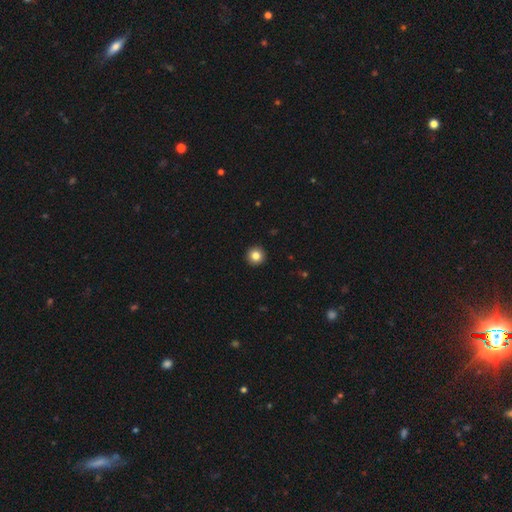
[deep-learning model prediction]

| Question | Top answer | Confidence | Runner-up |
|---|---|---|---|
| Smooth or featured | smooth | 84% | star or artifact (10%) |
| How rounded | round | 96% | in between (3%) |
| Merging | none | 94% | minor disturbance (4%) |